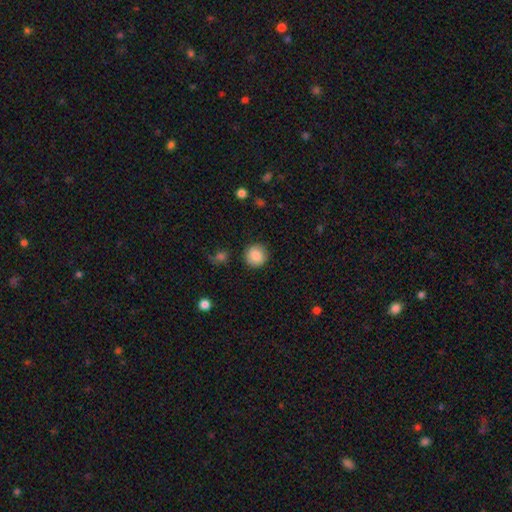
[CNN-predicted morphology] type=smooth (88%); roundness=round (93%); merging=none (89%).